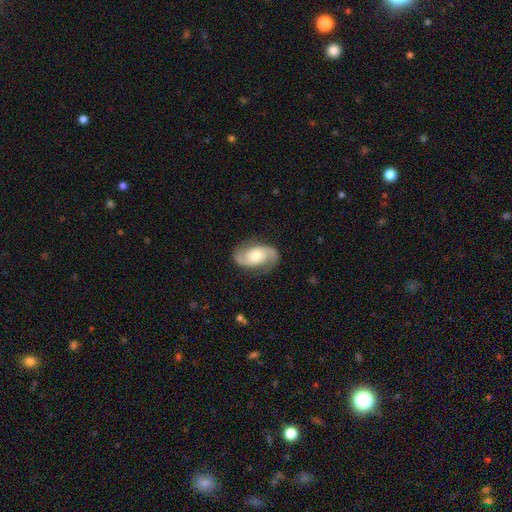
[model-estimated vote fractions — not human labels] A featured or disk galaxy (84%) with no bar (64%), 2 (93%) medium (49%) spiral arms (96%) and a moderate central bulge (60%). Merging: none (80%).